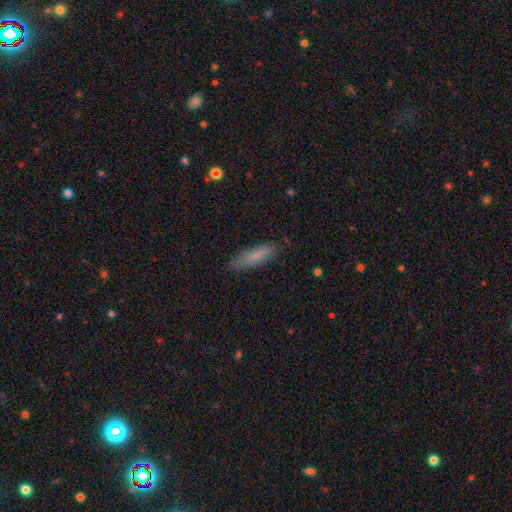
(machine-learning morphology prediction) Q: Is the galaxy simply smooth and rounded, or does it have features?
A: smooth — 77%.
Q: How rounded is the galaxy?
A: cigar-shaped — 68%.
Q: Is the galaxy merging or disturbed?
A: none — 82%.